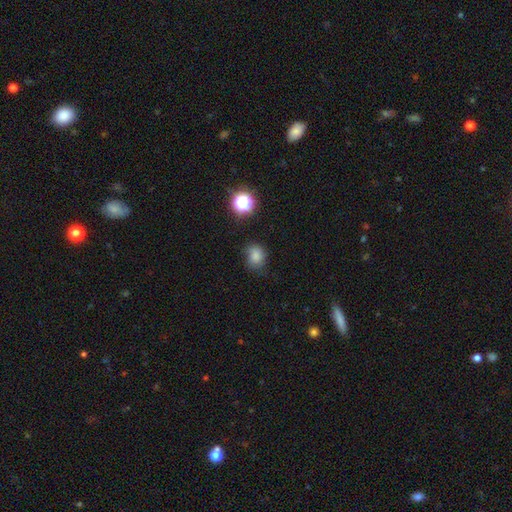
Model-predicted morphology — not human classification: The model was most divided on "how rounded": round: 65%, in between: 35%, cigar-shaped: 1%. More confident: smooth or featured — smooth (79%); merging — none (63%).